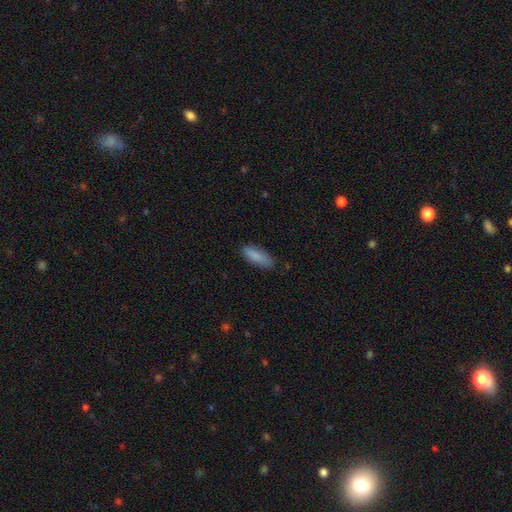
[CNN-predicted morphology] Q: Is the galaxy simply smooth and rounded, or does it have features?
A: smooth — 87%.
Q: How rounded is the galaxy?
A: in between — 64%.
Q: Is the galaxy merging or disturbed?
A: none — 77%.